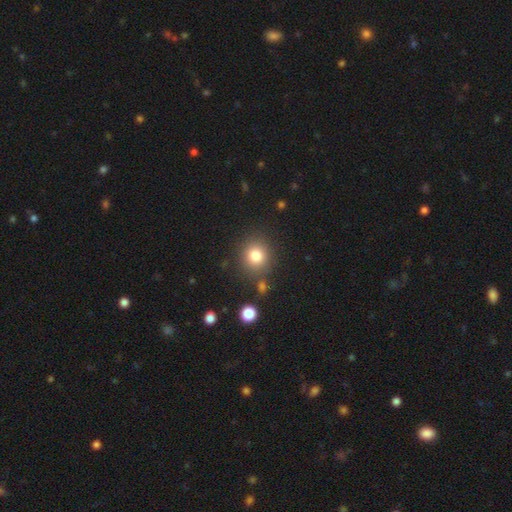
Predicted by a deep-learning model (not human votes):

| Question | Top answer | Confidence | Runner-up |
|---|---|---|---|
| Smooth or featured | smooth | 81% | star or artifact (12%) |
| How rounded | round | 86% | in between (13%) |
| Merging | none | 81% | minor disturbance (9%) |